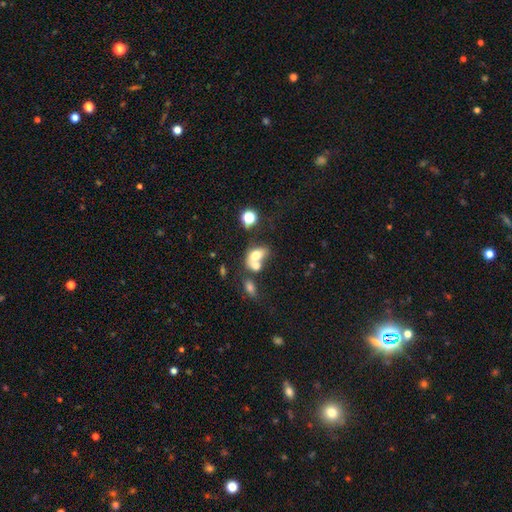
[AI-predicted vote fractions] smooth_or_featured: smooth (p=0.66) [alt: featured or disk p=0.22]
how_rounded: in between (p=0.76) [alt: round p=0.22]
merging: merger (p=0.62) [alt: none p=0.21]